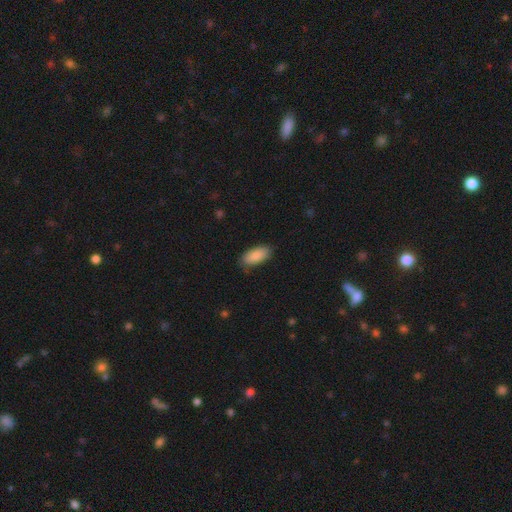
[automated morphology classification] smooth_or_featured: smooth (p=0.89) [alt: star or artifact p=0.06]
how_rounded: in between (p=0.90) [alt: cigar-shaped p=0.08]
merging: none (p=0.81) [alt: minor disturbance p=0.15]